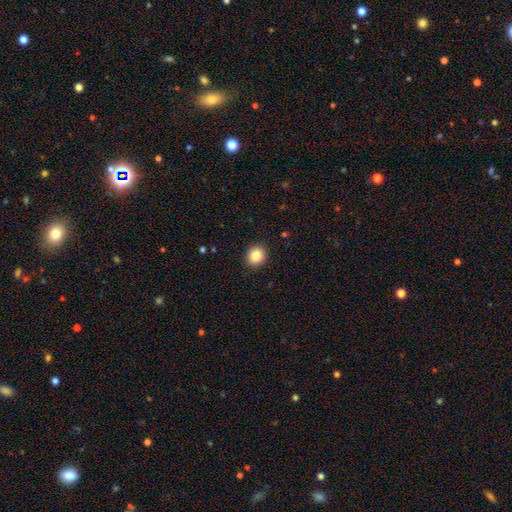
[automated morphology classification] This is clearly a smooth galaxy (86%). How rounded: clearly round (81%). Merging: clearly none (91%).